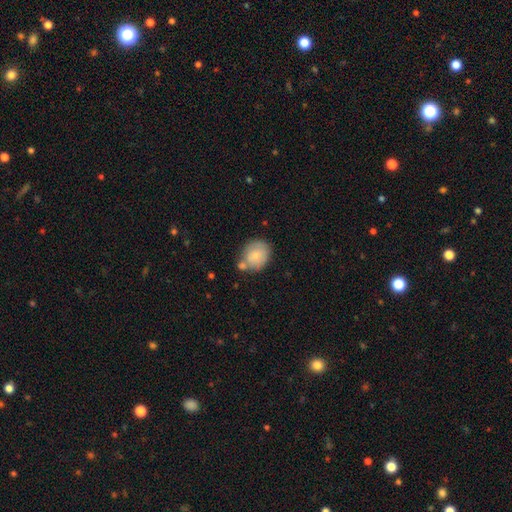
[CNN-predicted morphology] This is likely a smooth galaxy (74%). How rounded: likely round (61%). Merging: possibly none (53%).